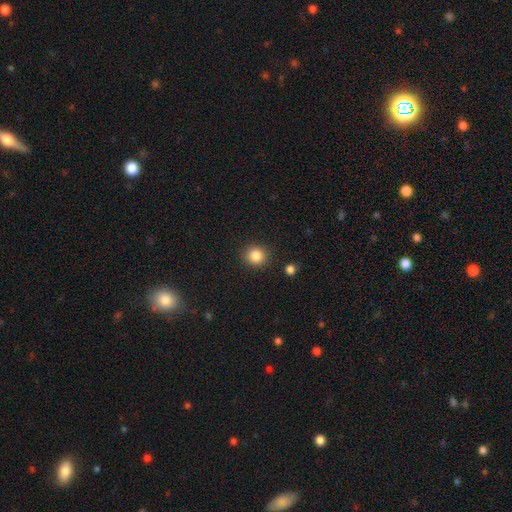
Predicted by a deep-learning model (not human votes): Smooth or featured? Predicted: smooth (p=0.85). How rounded? Predicted: round (p=0.87). Merging? Predicted: none (p=0.89).